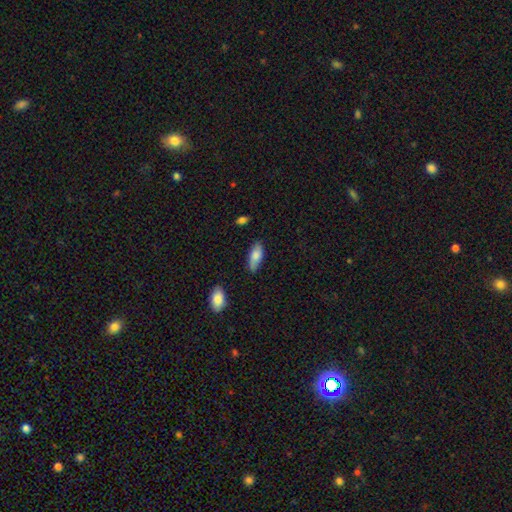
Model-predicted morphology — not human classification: The model was most divided on "merging": none: 77%, minor disturbance: 18%, major disturbance: 3%, merger: 2%. More confident: how rounded — in between (81%); smooth or featured — smooth (77%).